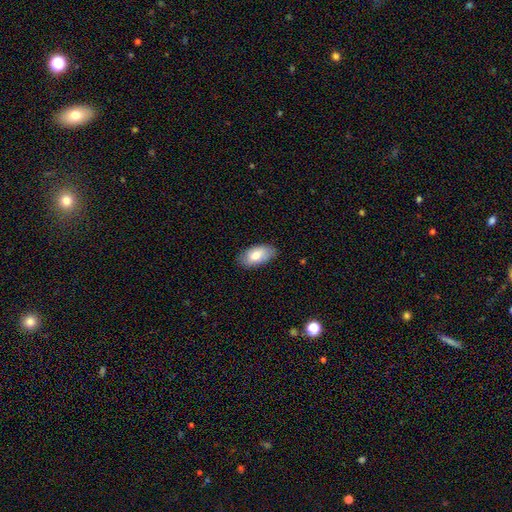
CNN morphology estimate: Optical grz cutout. It shows a smooth galaxy with no disk features (76%) that is in between round and cigar-shaped (94%). Merging: none (82%).